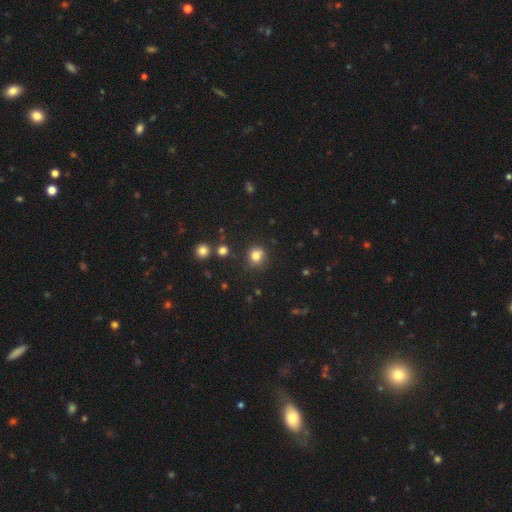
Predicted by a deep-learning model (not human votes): Smooth or featured?
  - smooth: 79% *
  - star or artifact: 14%
  - featured or disk: 7%
How rounded?
  - round: 85% *
  - in between: 14%
  - cigar-shaped: 1%
Merging?
  - none: 78% *
  - minor disturbance: 13%
  - merger: 6%
  - major disturbance: 3%